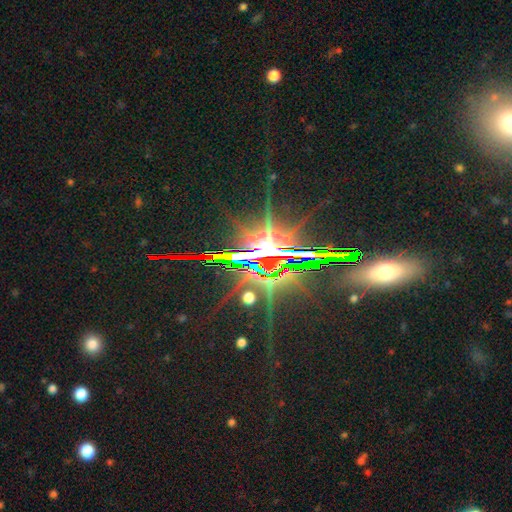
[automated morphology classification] Smooth or featured: star or artifact — 79% (featured or disk — 15%)